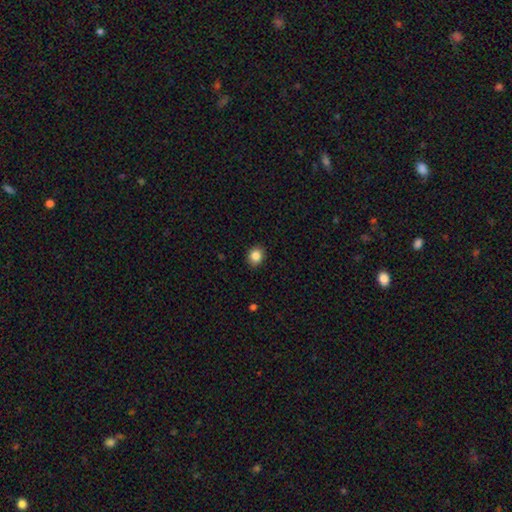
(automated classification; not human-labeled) Smooth or featured? Predicted: smooth (p=0.85). How rounded? Predicted: round (p=0.66). Merging? Predicted: none (p=0.90).